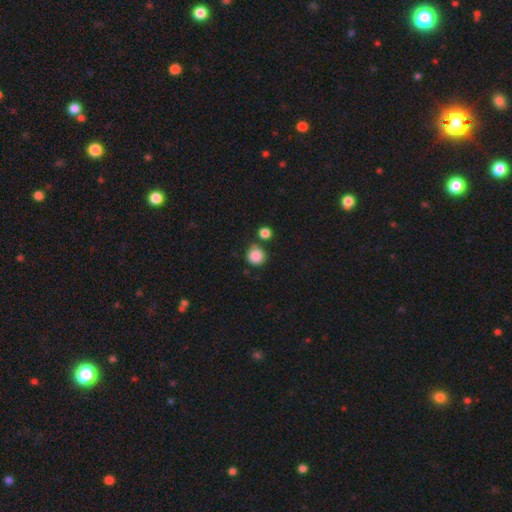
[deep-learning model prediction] The model was most divided on "merging": none: 71%, merger: 14%, minor disturbance: 11%, major disturbance: 4%. More confident: how rounded — round (92%); smooth or featured — smooth (87%).